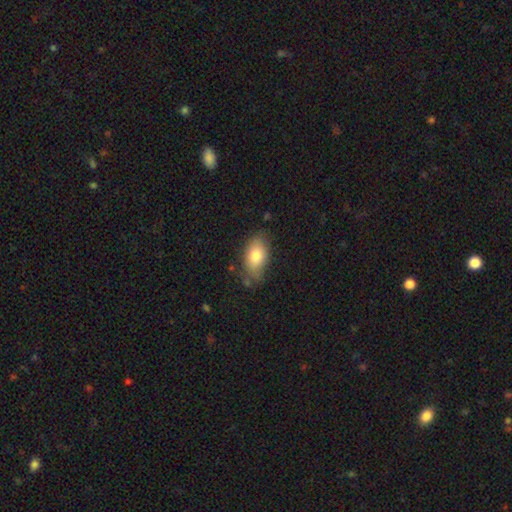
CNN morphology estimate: Overall: smooth (79%). How rounded: in between (90%). Merging: none (68%).